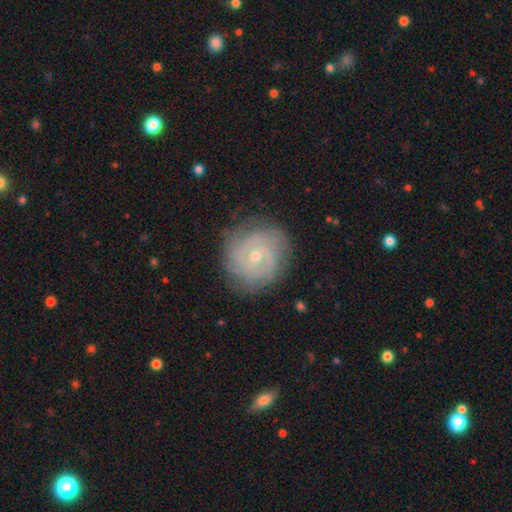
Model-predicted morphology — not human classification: A featured or disk galaxy (78%) with no bar (64%), tight (72%) spiral arms (92%) and a small central bulge (66%). Merging: none (80%).